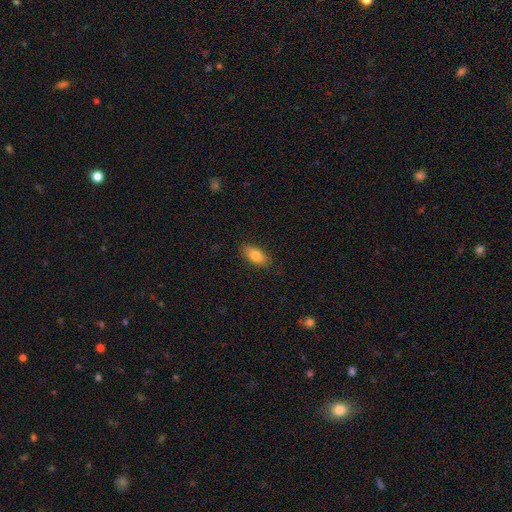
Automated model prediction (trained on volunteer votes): Overall: smooth (79%). How rounded: in between (86%). Merging: none (87%).